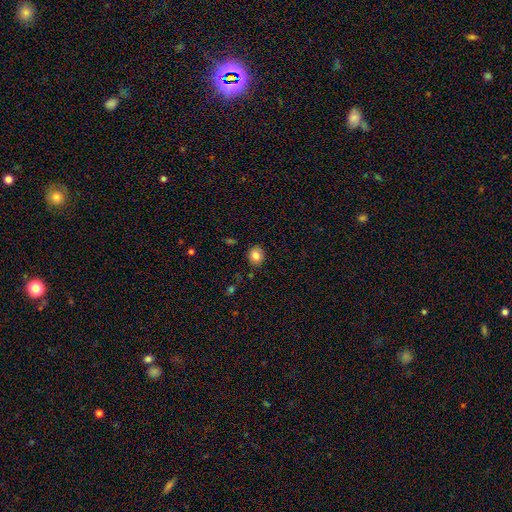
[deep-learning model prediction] Morphology: type=smooth (83%); roundness=round (69%); merging=none (87%).